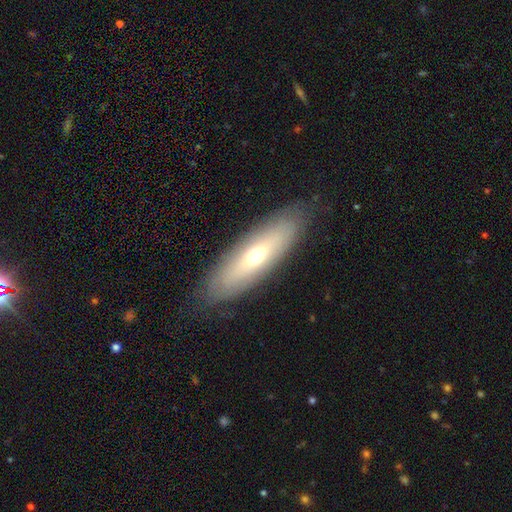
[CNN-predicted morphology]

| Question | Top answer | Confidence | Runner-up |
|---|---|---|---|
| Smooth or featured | smooth | 52% | featured or disk (39%) |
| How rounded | in between | 57% | cigar-shaped (40%) |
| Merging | none | 83% | minor disturbance (11%) |